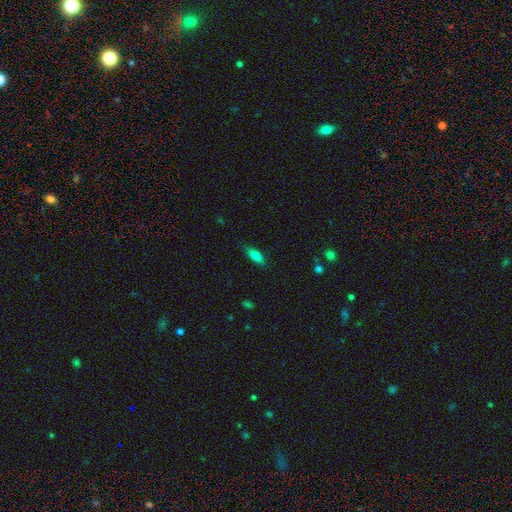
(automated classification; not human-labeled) This appears to be a smooth galaxy with no disk features (74%) that is in between round and cigar-shaped (64%). Merging: none (84%).